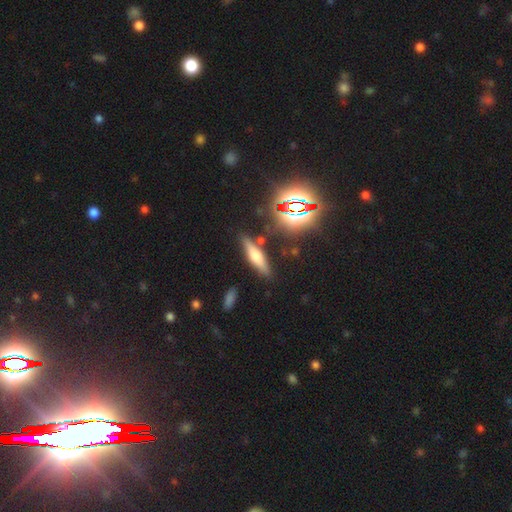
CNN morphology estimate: smooth 45%, featured or disk 39%, star or artifact 16%. Down the decision tree: merging — none (82%).